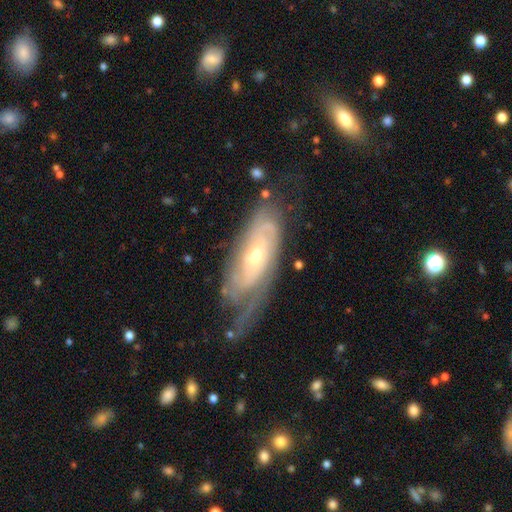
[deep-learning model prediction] A featured or disk galaxy (80%) with no bar (66%), tight (66%) spiral arms (90%) and a small central bulge (52%). Merging: none (52%).